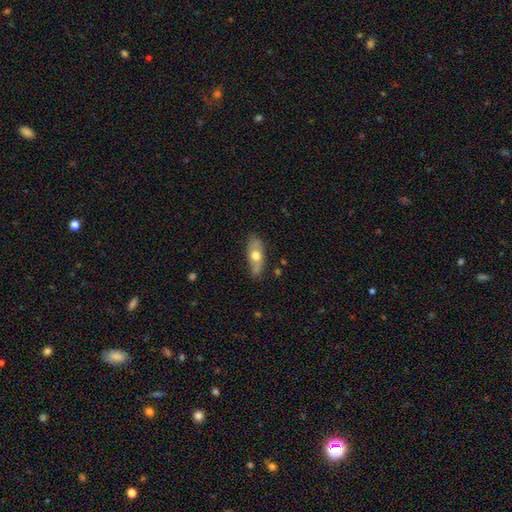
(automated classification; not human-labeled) Smooth or featured? Predicted: smooth (p=0.58). How rounded? Predicted: in between (p=0.75). Merging? Predicted: none (p=0.71).